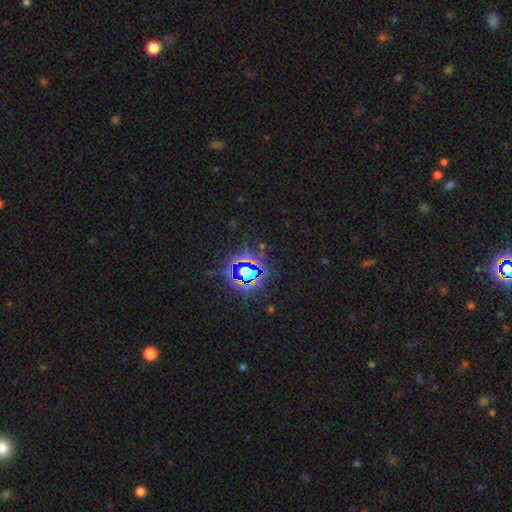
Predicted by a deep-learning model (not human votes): smooth-or-featured: star or artifact: 82% | smooth: 11% | featured or disk: 7%